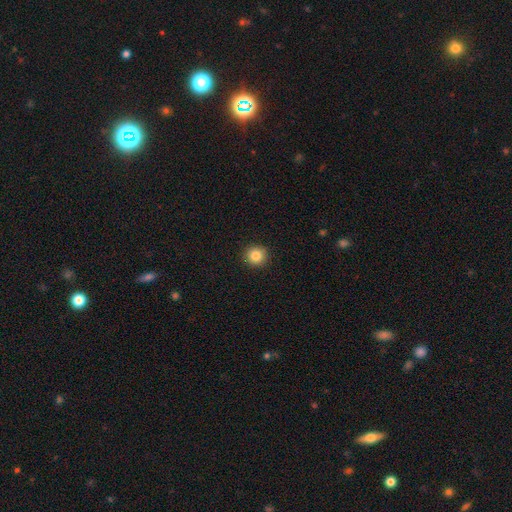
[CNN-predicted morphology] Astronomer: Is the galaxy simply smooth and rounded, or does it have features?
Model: smooth — 85%.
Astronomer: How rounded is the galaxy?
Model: round — 92%.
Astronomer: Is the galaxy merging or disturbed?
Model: none — 92%.